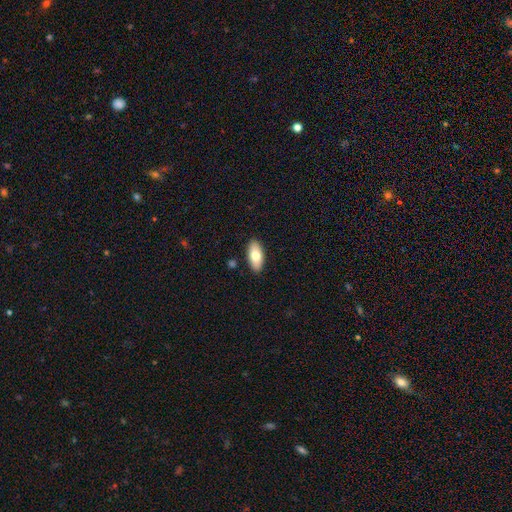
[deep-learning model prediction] smooth-or-featured: smooth: 74% | featured or disk: 19% | star or artifact: 6%
  how-rounded: in between: 89% | cigar-shaped: 8% | round: 2%
  merging: none: 89% | minor disturbance: 8% | merger: 2% | major disturbance: 2%